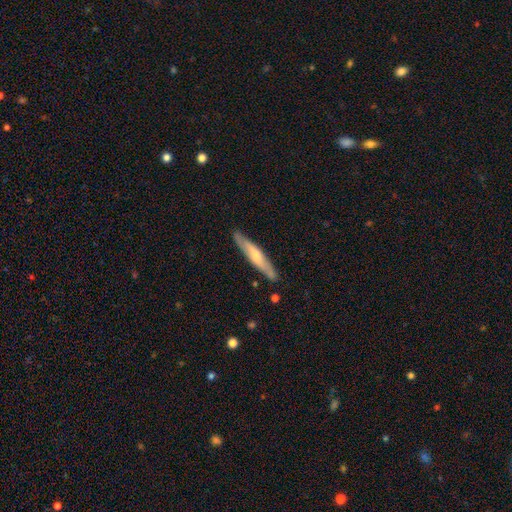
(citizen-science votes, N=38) Smooth or featured?
  - featured or disk: 55% *
  - smooth: 42%
  - star or artifact: 3%
Edge-on disk?
  - yes: 81% *
  - no: 19%
Edge-on bulge?
  - rounded: 71% *
  - none: 24%
  - boxy: 6%
Merging?
  - none: 78% *
  - minor disturbance: 11%
  - major disturbance: 8%
  - merger: 3%